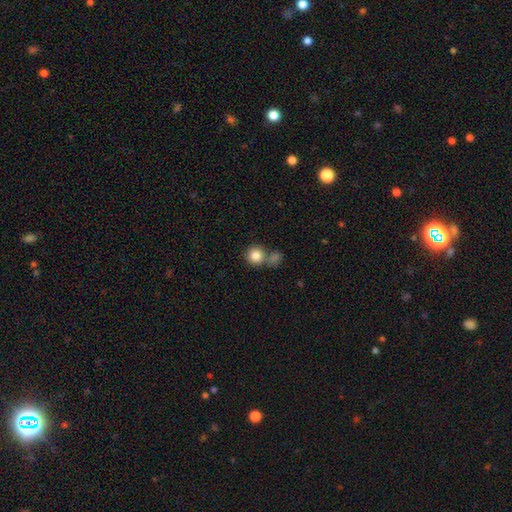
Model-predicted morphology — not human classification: Smooth or featured?
  - smooth: 83% *
  - star or artifact: 10%
  - featured or disk: 7%
How rounded?
  - round: 90% *
  - in between: 9%
  - cigar-shaped: 1%
Merging?
  - none: 58% *
  - merger: 29%
  - minor disturbance: 9%
  - major disturbance: 4%